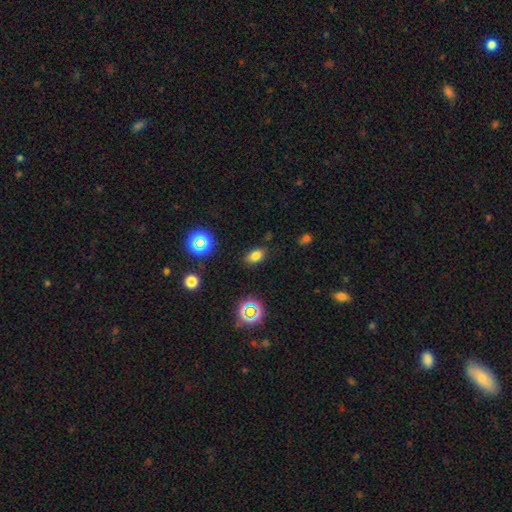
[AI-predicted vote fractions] Q: Smooth or featured?
A: smooth (75%); runner-up: star or artifact (17%)
Q: How rounded?
A: in between (82%); runner-up: round (16%)
Q: Merging?
A: none (84%); runner-up: minor disturbance (11%)